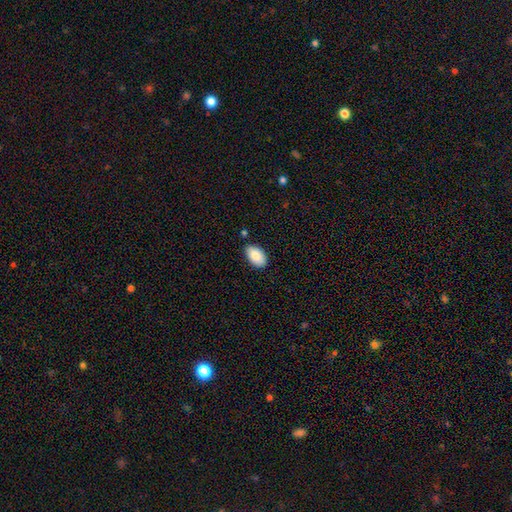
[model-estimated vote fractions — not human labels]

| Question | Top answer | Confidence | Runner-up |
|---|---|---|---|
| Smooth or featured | smooth | 88% | star or artifact (6%) |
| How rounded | in between | 94% | round (4%) |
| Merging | none | 82% | minor disturbance (13%) |